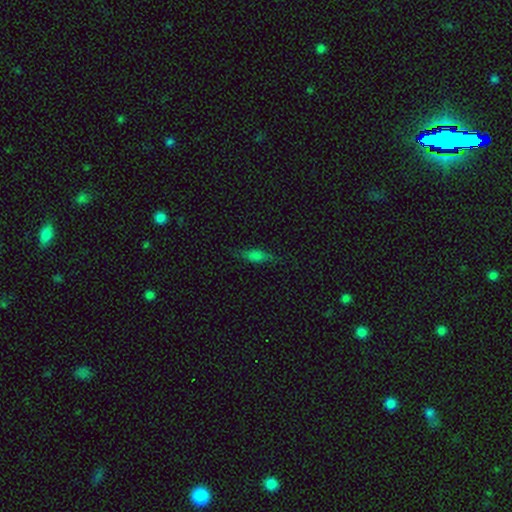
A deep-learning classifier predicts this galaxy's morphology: A smooth galaxy with no disk features (68%) that is in between round and cigar-shaped (59%).

Vote fractions:
- Smooth or featured? smooth: 68% / featured or disk: 19% / star or artifact: 13%
- How rounded? in between: 59% / cigar-shaped: 37% / round: 4%
- Merging? none: 73% / minor disturbance: 20% / major disturbance: 5% / merger: 1%